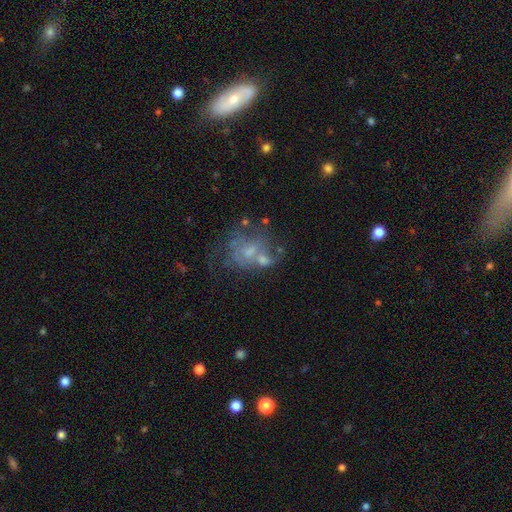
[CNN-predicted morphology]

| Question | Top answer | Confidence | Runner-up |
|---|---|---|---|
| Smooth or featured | featured or disk | 53% | smooth (29%) |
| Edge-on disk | no | 97% | yes (3%) |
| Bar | no | 79% | weak (18%) |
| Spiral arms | no | 64% | yes (36%) |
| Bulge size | small | 39% | moderate (31%) |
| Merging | none | 37% | merger (23%) |